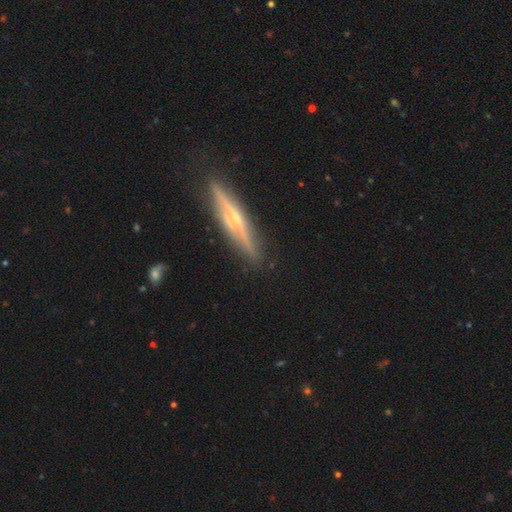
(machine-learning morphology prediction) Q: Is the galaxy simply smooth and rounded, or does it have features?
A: featured or disk — 76%.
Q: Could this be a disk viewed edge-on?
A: yes — 95%.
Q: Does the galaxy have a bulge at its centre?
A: rounded — 75%.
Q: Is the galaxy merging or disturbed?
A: none — 88%.